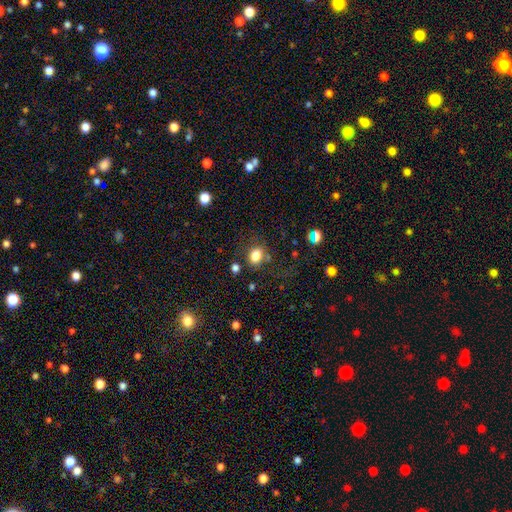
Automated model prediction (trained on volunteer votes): Overall: smooth (81%). How rounded: in between (56%; round 43%). Merging: none (70%).